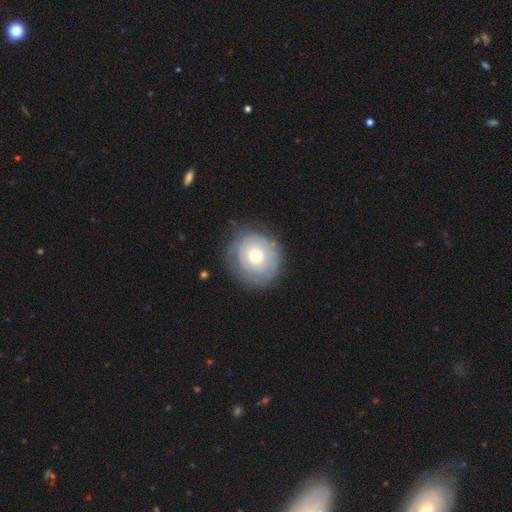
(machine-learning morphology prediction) type=smooth (49%); merging=none (73%).